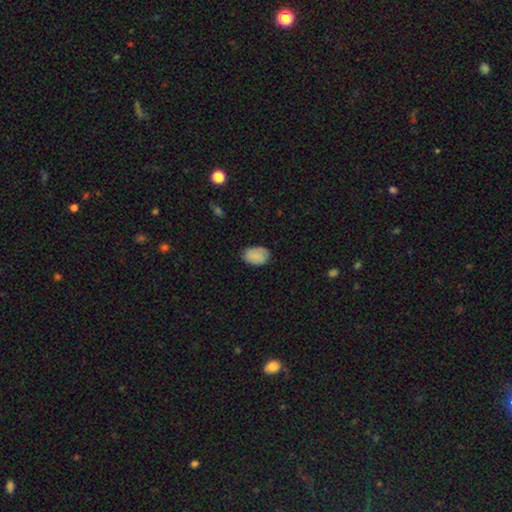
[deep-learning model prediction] smooth-or-featured: smooth: 85% | featured or disk: 8% | star or artifact: 8%
  how-rounded: in between: 86% | round: 13% | cigar-shaped: 1%
  merging: none: 79% | minor disturbance: 17% | major disturbance: 3% | merger: 1%